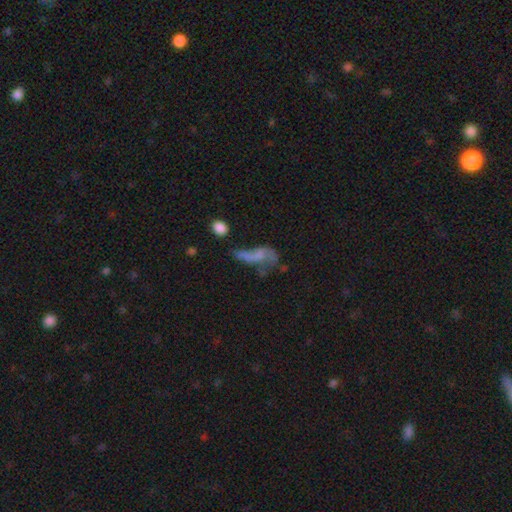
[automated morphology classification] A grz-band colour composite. It shows a featured or disk galaxy (49%). Merging: major disturbance (36%).